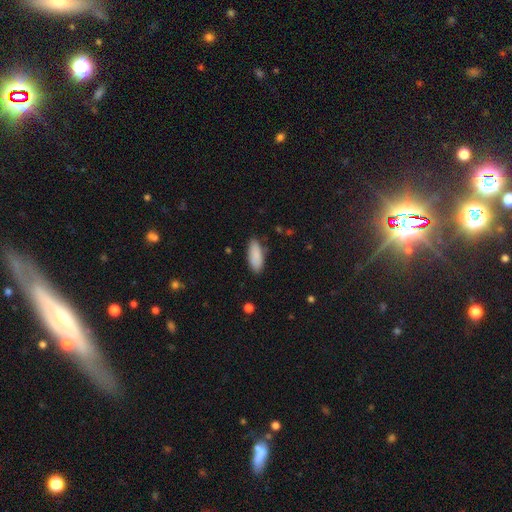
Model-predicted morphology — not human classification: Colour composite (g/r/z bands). It shows a smooth galaxy with no disk features (89%) that is in between round and cigar-shaped (81%). Merging: none (83%).